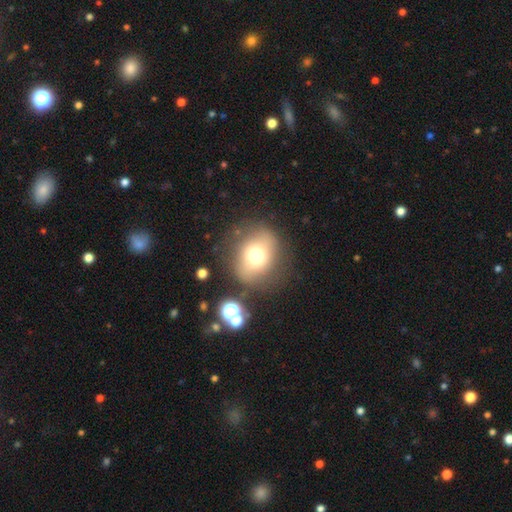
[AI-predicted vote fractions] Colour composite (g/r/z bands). It shows a smooth galaxy with no disk features (67%) that is round (66%). Merging: none (73%).